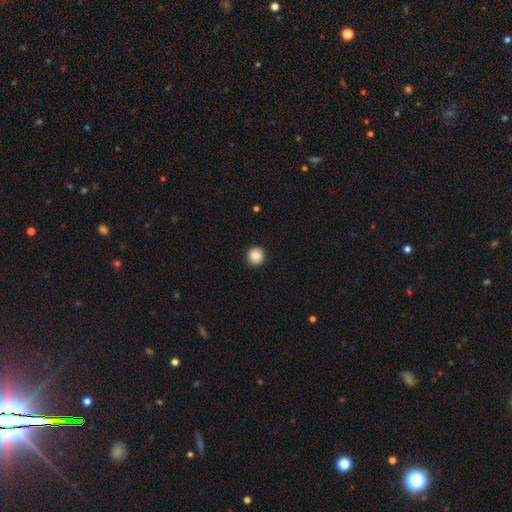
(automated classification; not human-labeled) Smooth or featured? smooth (87%)
How rounded? round (95%)
Merging? none (93%)